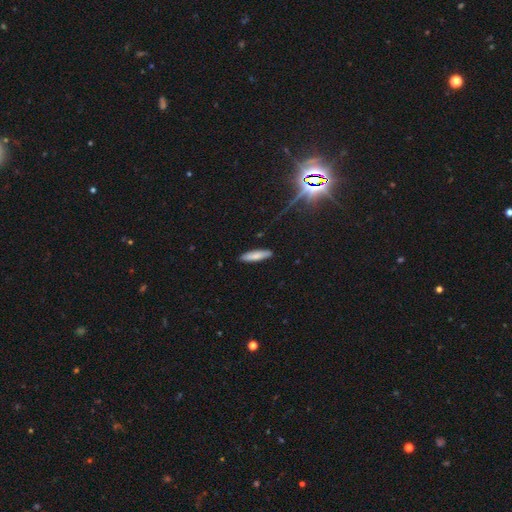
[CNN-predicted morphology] Overall: smooth (78%). How rounded: cigar-shaped (72%). Merging: none (89%).